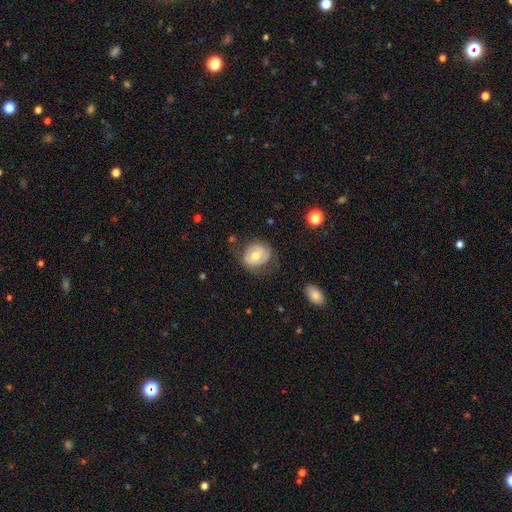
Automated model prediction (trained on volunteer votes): A featured or disk galaxy (48%).

Vote fractions:
- Smooth or featured? featured or disk: 48% / smooth: 45% / star or artifact: 7%
- Merging? none: 59% / minor disturbance: 26% / major disturbance: 14% / merger: 2%